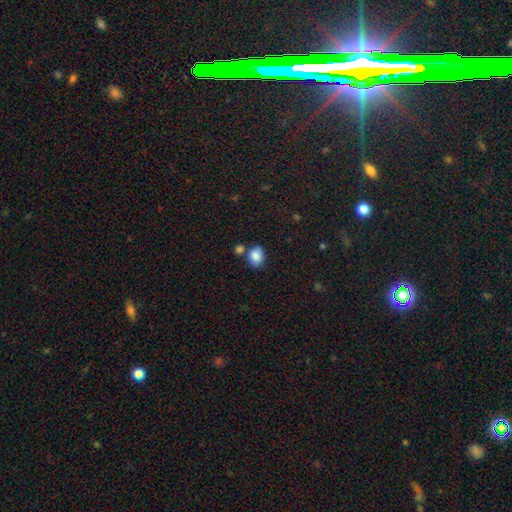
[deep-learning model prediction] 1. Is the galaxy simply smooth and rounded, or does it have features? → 86% smooth, 8% star or artifact, 5% featured or disk.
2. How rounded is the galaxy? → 58% in between, 41% round, 1% cigar-shaped.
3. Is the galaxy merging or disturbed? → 68% none, 15% minor disturbance, 14% merger, 4% major disturbance.